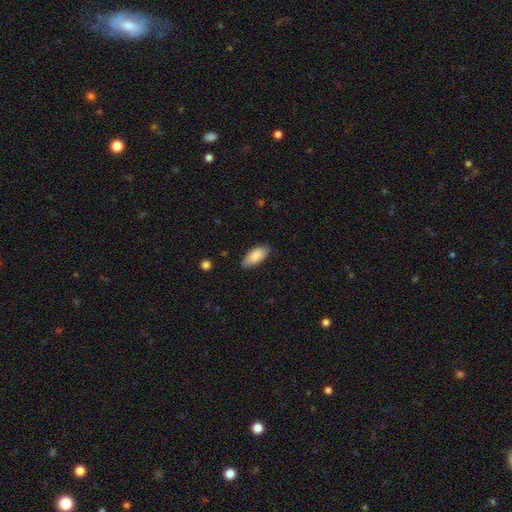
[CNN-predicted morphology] smooth 85%, featured or disk 10%, star or artifact 6%. Down the decision tree: how rounded — in between (89%); merging — none (78%).